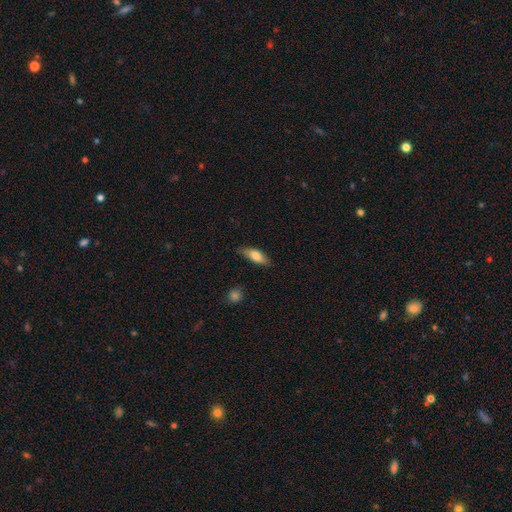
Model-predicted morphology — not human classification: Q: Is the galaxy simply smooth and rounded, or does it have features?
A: smooth — 78%.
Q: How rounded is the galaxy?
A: in between — 69%.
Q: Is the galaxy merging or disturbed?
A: none — 80%.